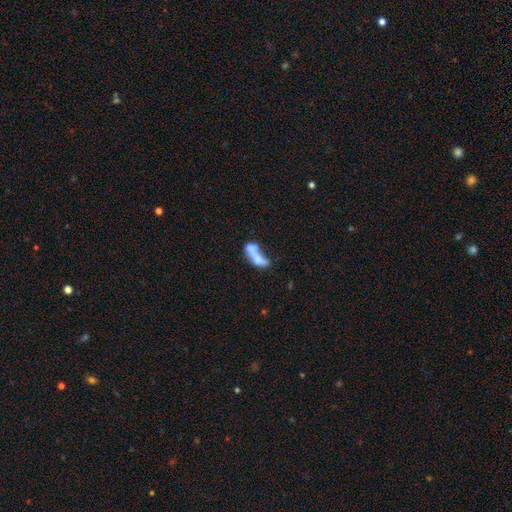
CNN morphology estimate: Smooth or featured: smooth — 56% (featured or disk — 34%)
How rounded: in between — 60% (cigar-shaped — 34%)
Merging: merger — 55% (none — 17%)